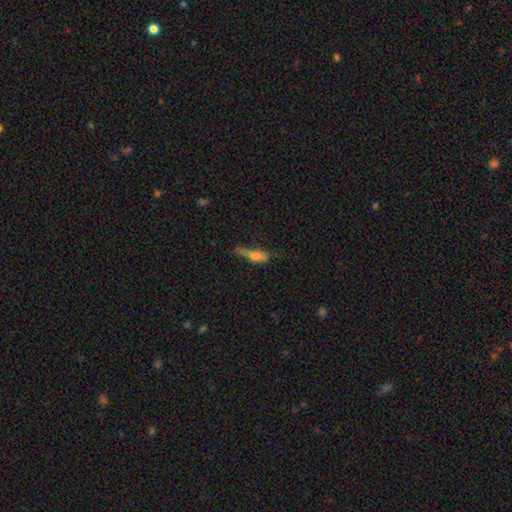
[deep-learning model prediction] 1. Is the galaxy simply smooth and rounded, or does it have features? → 64% smooth, 27% featured or disk, 9% star or artifact.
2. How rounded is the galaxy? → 55% cigar-shaped, 42% in between, 3% round.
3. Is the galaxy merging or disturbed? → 37% none, 36% minor disturbance, 21% major disturbance, 5% merger.